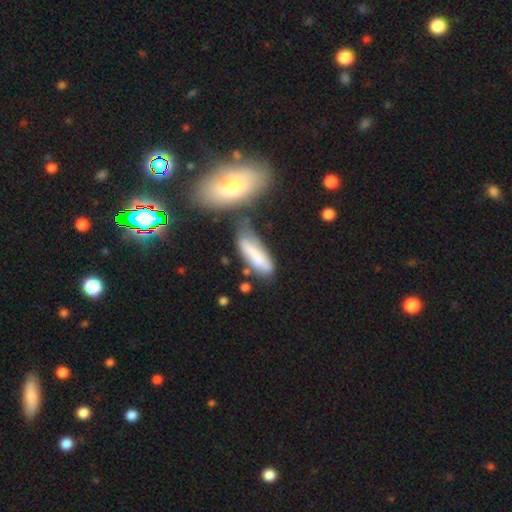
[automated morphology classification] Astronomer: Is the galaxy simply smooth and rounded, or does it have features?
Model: smooth — 65%.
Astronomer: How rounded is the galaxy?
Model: in between — 50% (runner-up: cigar-shaped, 47%).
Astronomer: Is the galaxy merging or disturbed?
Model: none — 40% (runner-up: minor disturbance, 25%).